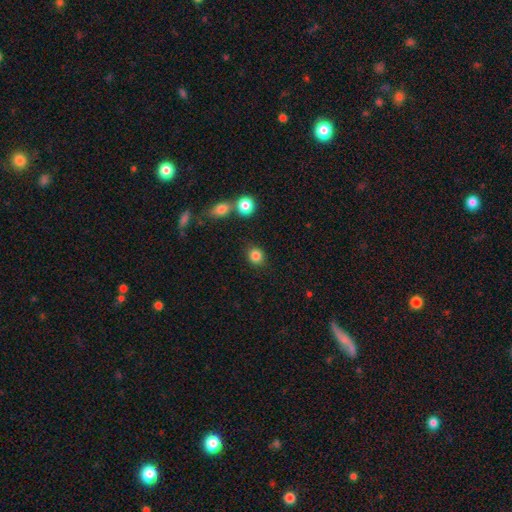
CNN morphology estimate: Overall: smooth (85%). How rounded: round (82%). Merging: none (85%).